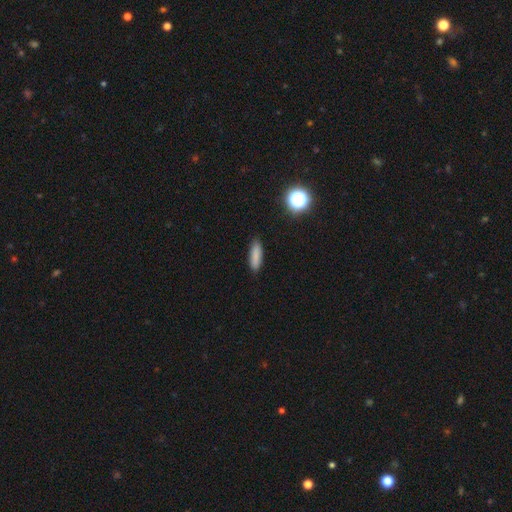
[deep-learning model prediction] A smooth galaxy with no disk features (84%) that is cigar-shaped (51%). Merging: none (88%).